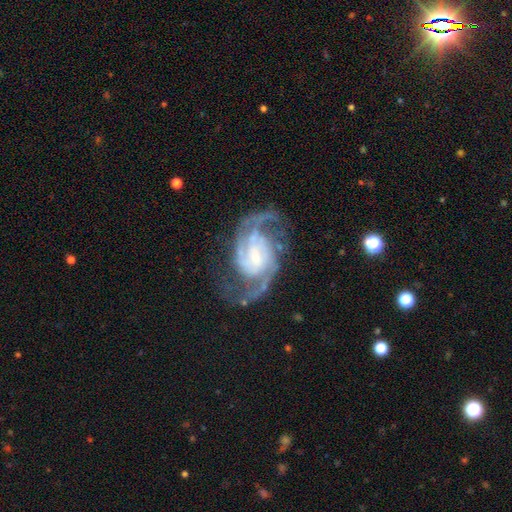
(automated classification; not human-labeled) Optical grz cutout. It shows a featured or disk galaxy (92%) with a weak bar (48%), 2 (73%) medium (57%) spiral arms (98%) and a small central bulge (62%). Merging: none (67%).